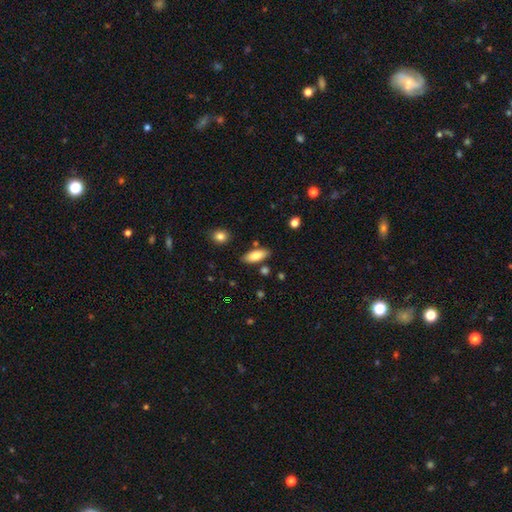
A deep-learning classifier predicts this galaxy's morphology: Smooth or featured? smooth (79%)
How rounded? in between (80%)
Merging? none (81%)